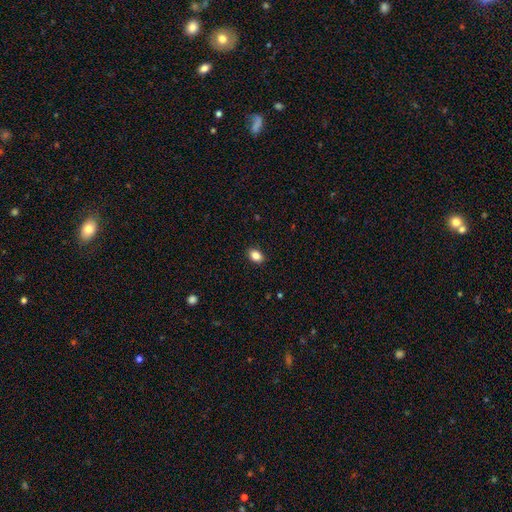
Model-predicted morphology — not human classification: A smooth galaxy with no disk features (86%) that is in between round and cigar-shaped (75%). Merging: none (90%).